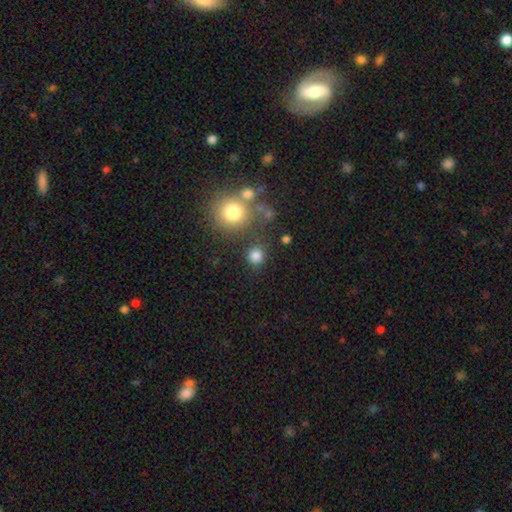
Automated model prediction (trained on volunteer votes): This is clearly a smooth galaxy (82%). How rounded: clearly round (92%). Merging: clearly none (82%).